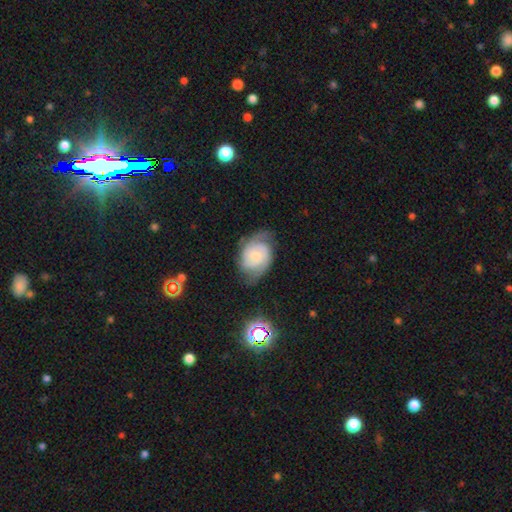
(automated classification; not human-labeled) Smooth or featured? Predicted: featured or disk (p=0.73). Edge-on disk? Predicted: no (p=0.97). Bar? Predicted: no (p=0.65). Spiral arms? Predicted: yes (p=0.92). Spiral winding? Predicted: tight (p=0.49). Spiral arm count? Predicted: 2 (p=0.74). Bulge size? Predicted: small (p=0.58). Merging? Predicted: none (p=0.62).